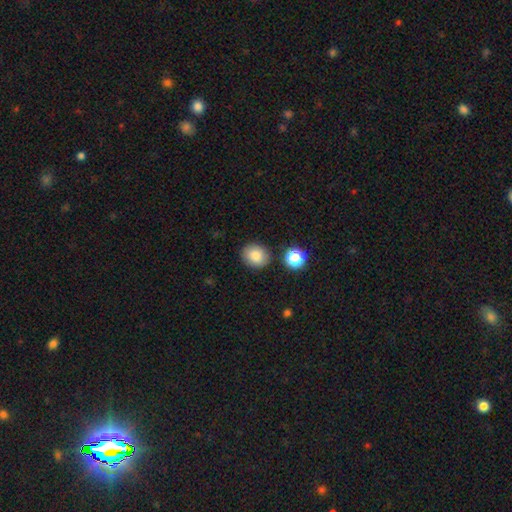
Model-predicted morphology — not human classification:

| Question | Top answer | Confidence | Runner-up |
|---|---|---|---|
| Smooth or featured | smooth | 84% | star or artifact (10%) |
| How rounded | round | 70% | in between (29%) |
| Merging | none | 84% | minor disturbance (9%) |